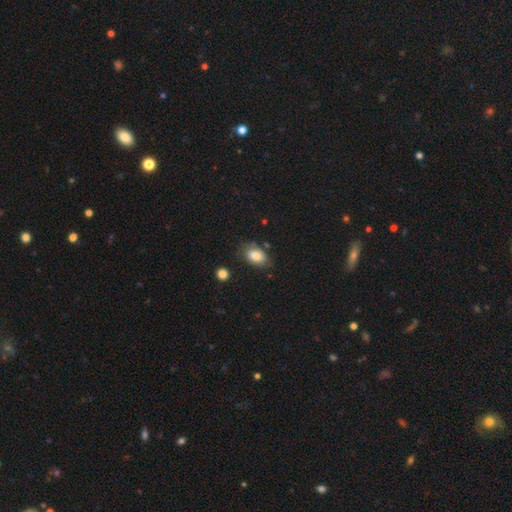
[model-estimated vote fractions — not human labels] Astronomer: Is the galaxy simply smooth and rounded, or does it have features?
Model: smooth — 80%.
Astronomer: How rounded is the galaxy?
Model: in between — 84%.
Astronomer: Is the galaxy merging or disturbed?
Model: none — 67%.